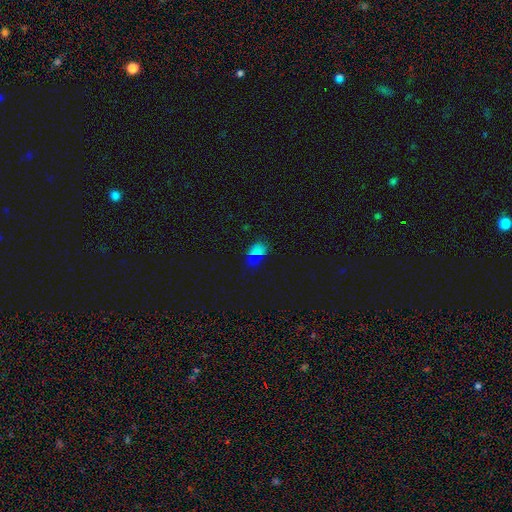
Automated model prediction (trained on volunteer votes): Q: Smooth or featured?
A: smooth (57%); runner-up: star or artifact (34%)
Q: How rounded?
A: in between (80%); runner-up: round (17%)
Q: Merging?
A: none (74%); runner-up: minor disturbance (17%)